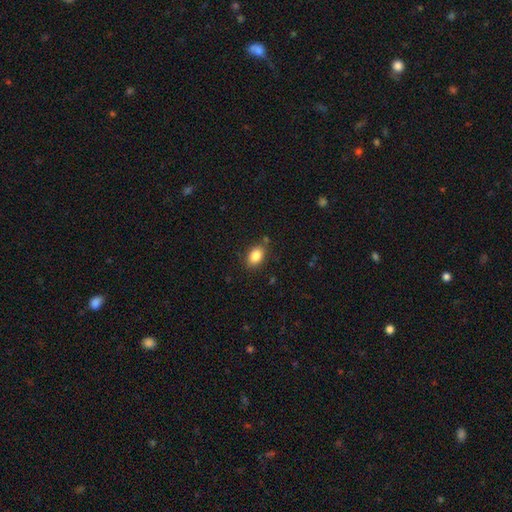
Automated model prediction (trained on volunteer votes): The model was most divided on "how rounded": in between: 82%, round: 17%, cigar-shaped: 1%. More confident: smooth or featured — smooth (85%); merging — none (81%).